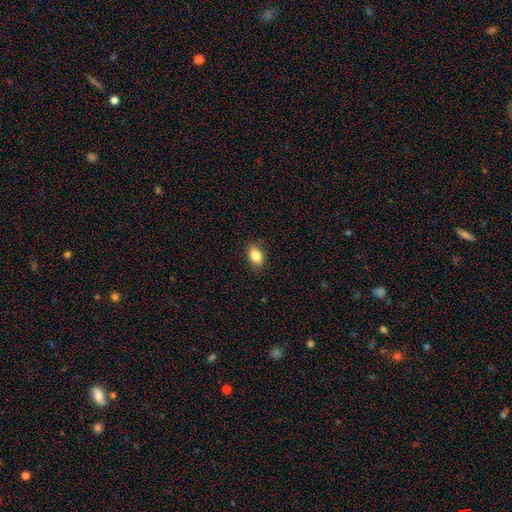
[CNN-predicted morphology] This appears to be a smooth galaxy with no disk features (85%) that is in between round and cigar-shaped (87%). Merging: none (87%).